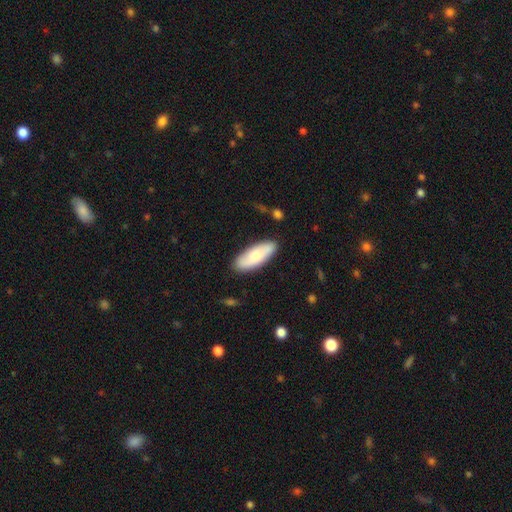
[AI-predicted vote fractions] The model was most divided on "smooth or featured": smooth: 69%, featured or disk: 26%, star or artifact: 5%. More confident: merging — none (86%); how rounded — in between (76%).